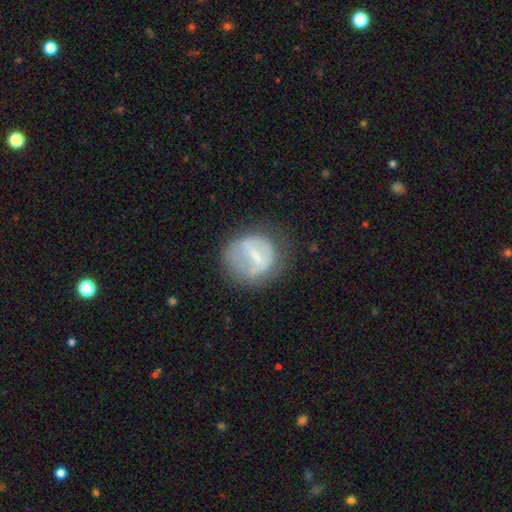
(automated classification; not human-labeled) featured or disk 48%, smooth 44%, star or artifact 8%. Down the decision tree: merging — none (53%).